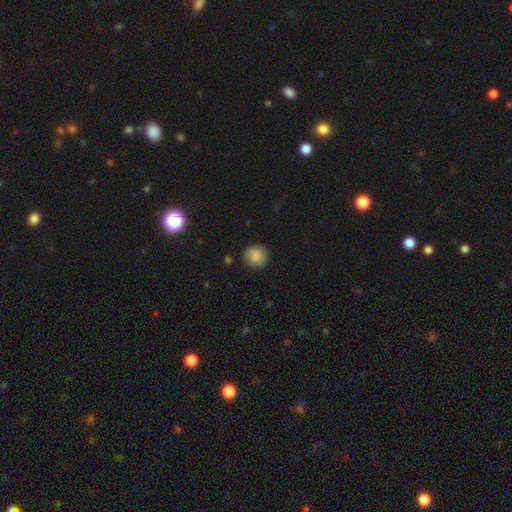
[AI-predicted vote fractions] This appears to be a smooth galaxy with no disk features (86%) that is round (92%). Merging: none (86%).